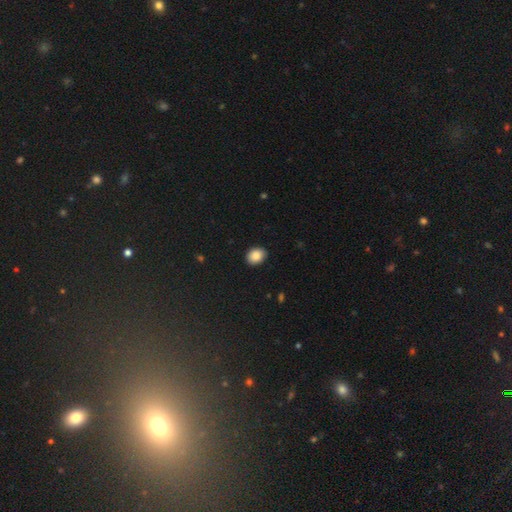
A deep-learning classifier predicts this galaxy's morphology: Smooth or featured?
  - smooth: 89% *
  - star or artifact: 8%
  - featured or disk: 3%
How rounded?
  - in between: 58% *
  - round: 41%
  - cigar-shaped: 1%
Merging?
  - none: 88% *
  - minor disturbance: 9%
  - major disturbance: 2%
  - merger: 1%